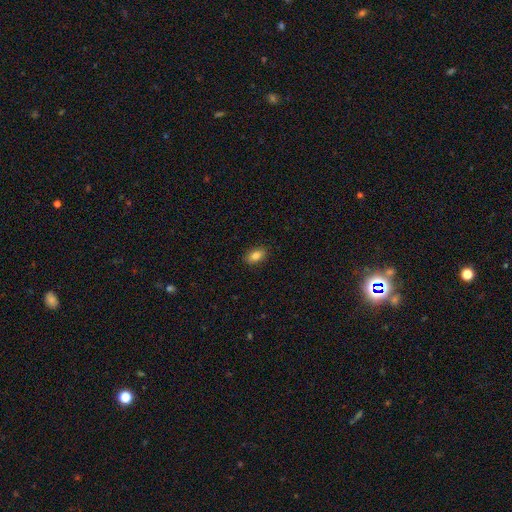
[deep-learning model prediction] Q: Smooth or featured?
A: smooth (85%); runner-up: star or artifact (9%)
Q: How rounded?
A: in between (89%); runner-up: round (9%)
Q: Merging?
A: none (89%); runner-up: minor disturbance (8%)